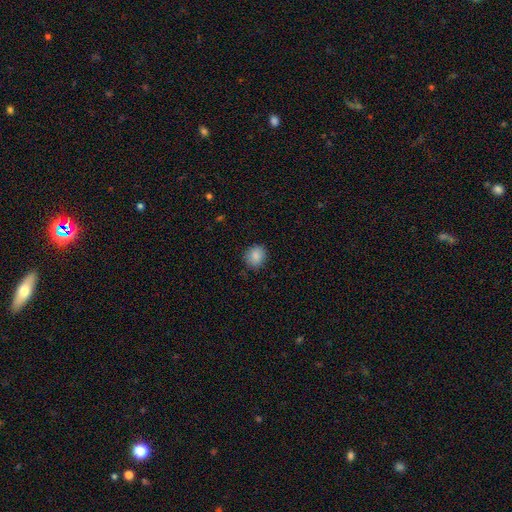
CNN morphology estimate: Overall: smooth (87%). How rounded: round (70%). Merging: none (84%).